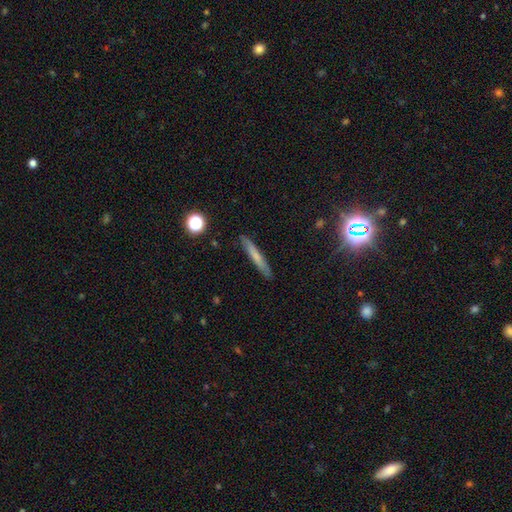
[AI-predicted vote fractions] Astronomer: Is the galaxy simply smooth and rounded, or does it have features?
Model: smooth — 59%.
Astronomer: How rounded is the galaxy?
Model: cigar-shaped — 94%.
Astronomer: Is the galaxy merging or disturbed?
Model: none — 88%.